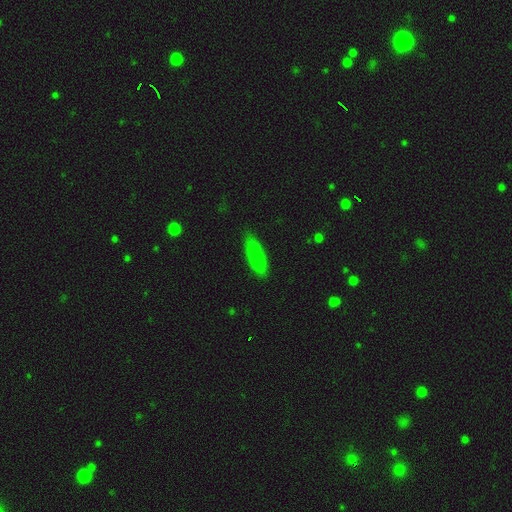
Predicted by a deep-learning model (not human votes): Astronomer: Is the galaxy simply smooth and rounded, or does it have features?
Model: smooth — 83%.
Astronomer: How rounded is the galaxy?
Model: in between — 59% (runner-up: cigar-shaped, 39%).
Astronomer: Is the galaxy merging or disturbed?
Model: none — 81%.